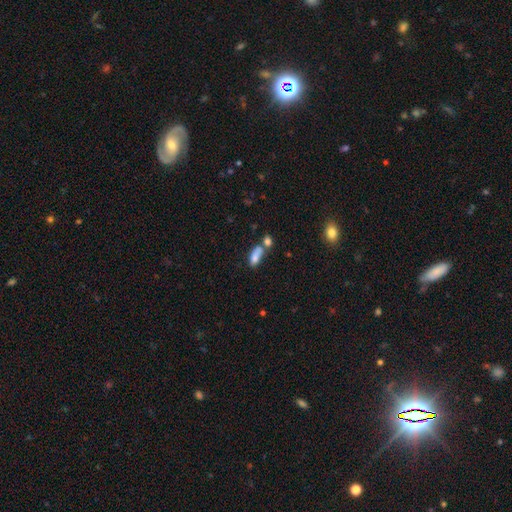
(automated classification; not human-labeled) smooth-or-featured: smooth: 79% | featured or disk: 12% | star or artifact: 9%
  how-rounded: in between: 79% | cigar-shaped: 16% | round: 5%
  merging: merger: 45% | none: 34% | minor disturbance: 14% | major disturbance: 7%